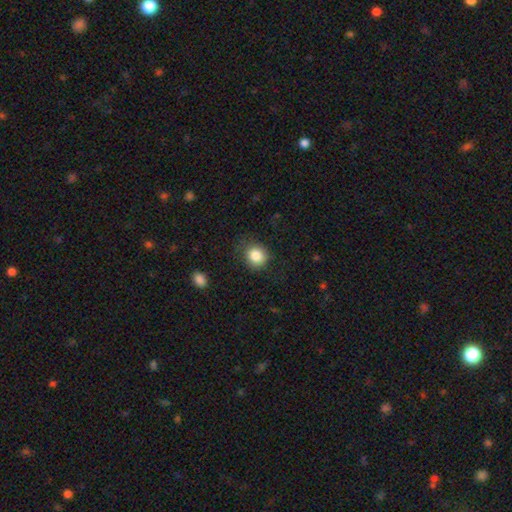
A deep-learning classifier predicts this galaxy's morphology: The model was most divided on "merging": none: 77%, minor disturbance: 16%, major disturbance: 6%, merger: 1%. More confident: smooth or featured — smooth (85%); how rounded — round (81%).